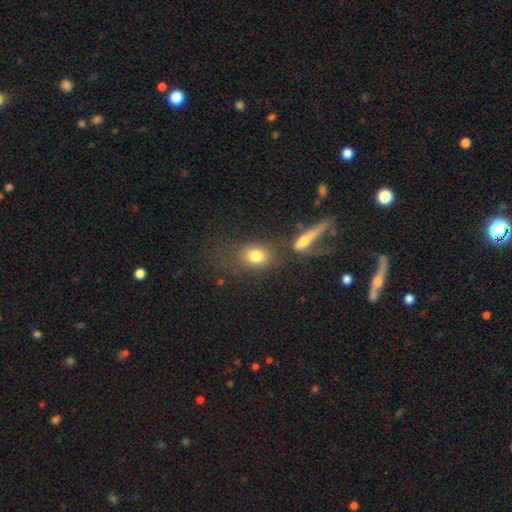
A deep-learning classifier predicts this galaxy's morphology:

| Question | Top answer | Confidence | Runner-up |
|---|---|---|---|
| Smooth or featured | smooth | 78% | featured or disk (12%) |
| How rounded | in between | 54% | round (43%) |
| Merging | none | 58% | merger (20%) |